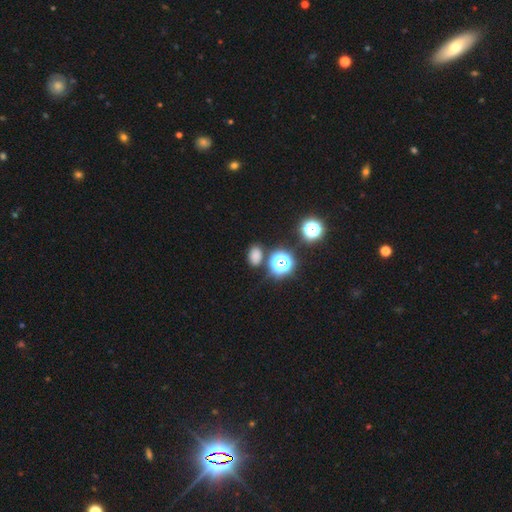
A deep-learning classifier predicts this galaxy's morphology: Smooth or featured?
  - smooth: 69% *
  - star or artifact: 25%
  - featured or disk: 6%
How rounded?
  - in between: 66% *
  - round: 32%
  - cigar-shaped: 1%
Merging?
  - none: 78% *
  - minor disturbance: 12%
  - merger: 7%
  - major disturbance: 4%